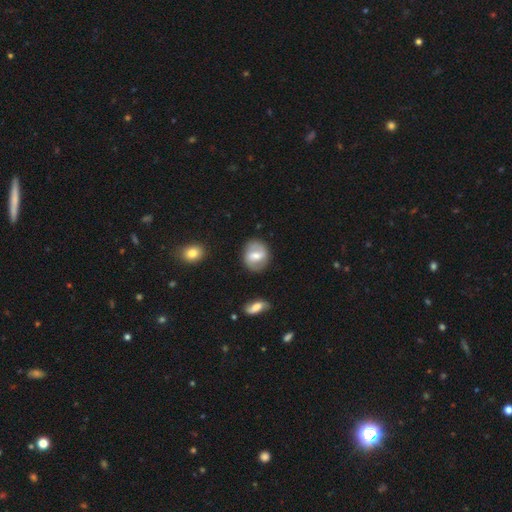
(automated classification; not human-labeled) A featured or disk galaxy (51%).

Vote fractions:
- Smooth or featured? featured or disk: 51% / smooth: 43% / star or artifact: 7%
- Edge-on disk? no: 95% / yes: 5%
- Merging? none: 81% / minor disturbance: 12% / major disturbance: 4% / merger: 3%